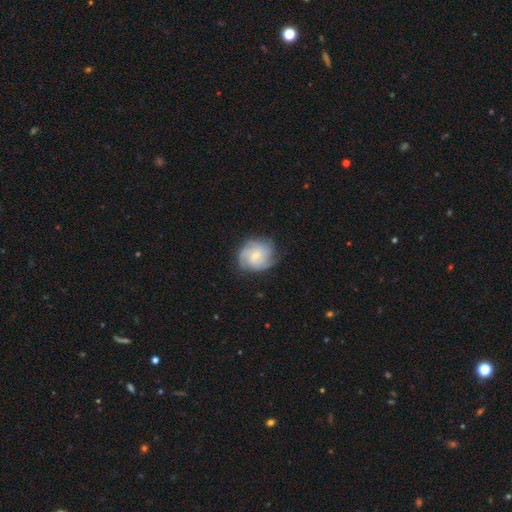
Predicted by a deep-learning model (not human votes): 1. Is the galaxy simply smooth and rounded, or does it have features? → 74% featured or disk, 20% smooth, 6% star or artifact.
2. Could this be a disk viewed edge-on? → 98% no, 2% yes.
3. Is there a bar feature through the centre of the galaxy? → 65% no, 31% weak, 4% strong.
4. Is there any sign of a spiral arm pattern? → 95% yes, 5% no.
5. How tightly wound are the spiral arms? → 56% tight, 35% medium, 9% loose.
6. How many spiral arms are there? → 33% 3, 25% can't tell, 19% 2, 12% 4, 5% 1, 5% more than 4.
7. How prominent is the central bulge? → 65% small, 29% moderate, 3% none, 2% large, 1% dominant.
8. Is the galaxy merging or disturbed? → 74% none, 19% minor disturbance, 6% major disturbance, 1% merger.